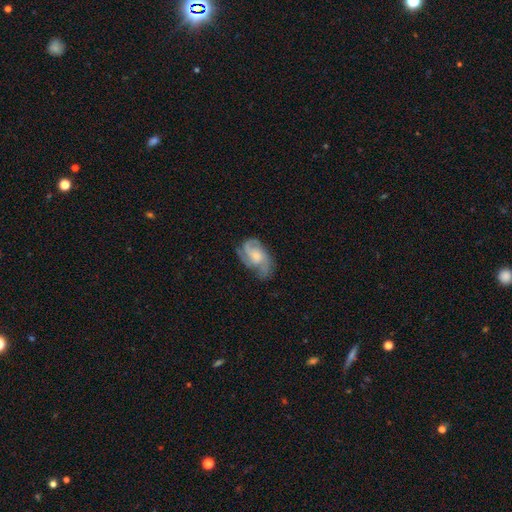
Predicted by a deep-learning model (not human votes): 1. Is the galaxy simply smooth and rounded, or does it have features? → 76% featured or disk, 18% smooth, 6% star or artifact.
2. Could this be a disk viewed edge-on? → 97% no, 3% yes.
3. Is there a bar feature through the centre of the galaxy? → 67% no, 29% weak, 5% strong.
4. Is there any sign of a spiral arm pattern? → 94% yes, 6% no.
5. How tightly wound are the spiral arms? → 50% medium, 31% tight, 19% loose.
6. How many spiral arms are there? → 43% 3, 26% 2, 15% can't tell, 8% 4, 4% 1, 4% more than 4.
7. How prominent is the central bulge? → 42% moderate, 41% small, 10% none, 6% large, 1% dominant.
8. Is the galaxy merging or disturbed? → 61% none, 24% minor disturbance, 14% major disturbance, 2% merger.